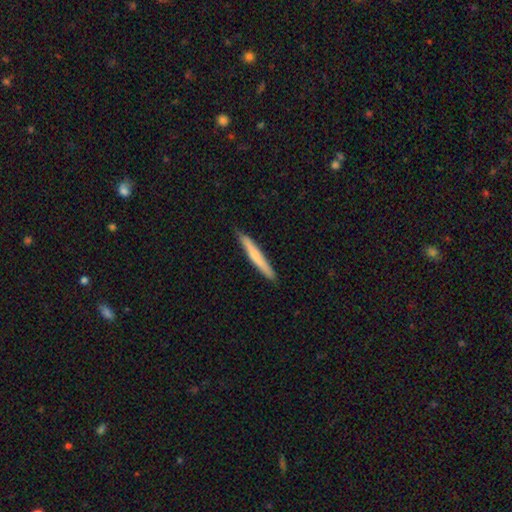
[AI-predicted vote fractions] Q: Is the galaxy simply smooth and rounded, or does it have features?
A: smooth — 62%.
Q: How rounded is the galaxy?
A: cigar-shaped — 96%.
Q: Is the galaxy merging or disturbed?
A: none — 89%.